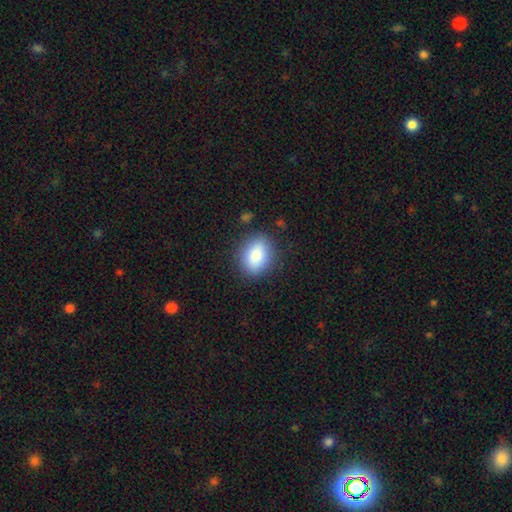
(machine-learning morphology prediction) smooth-or-featured: smooth: 85% | star or artifact: 8% | featured or disk: 7%
  how-rounded: in between: 61% | round: 38% | cigar-shaped: 1%
  merging: none: 83% | minor disturbance: 11% | major disturbance: 4% | merger: 2%